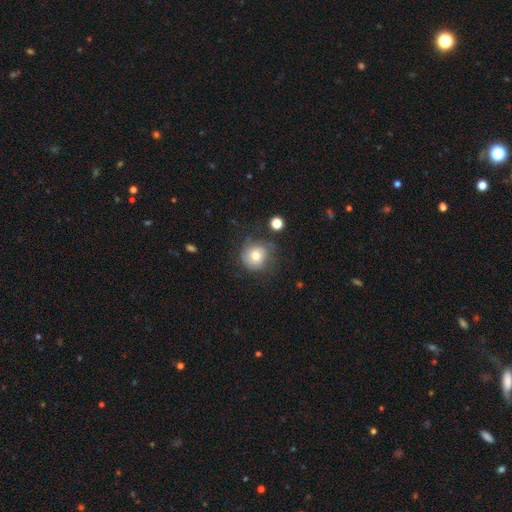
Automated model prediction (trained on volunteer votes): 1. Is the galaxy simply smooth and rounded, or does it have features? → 68% smooth, 22% featured or disk, 10% star or artifact.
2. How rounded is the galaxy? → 84% round, 15% in between, 1% cigar-shaped.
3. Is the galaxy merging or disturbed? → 59% none, 25% minor disturbance, 13% major disturbance, 3% merger.